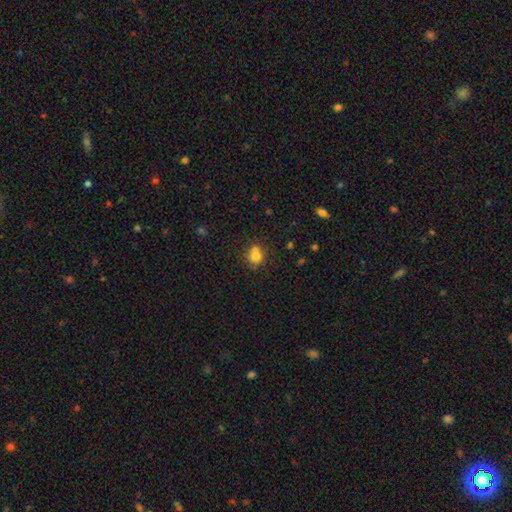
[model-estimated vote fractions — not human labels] Morphology: type=smooth (75%); roundness=round (84%); merging=none (47%).